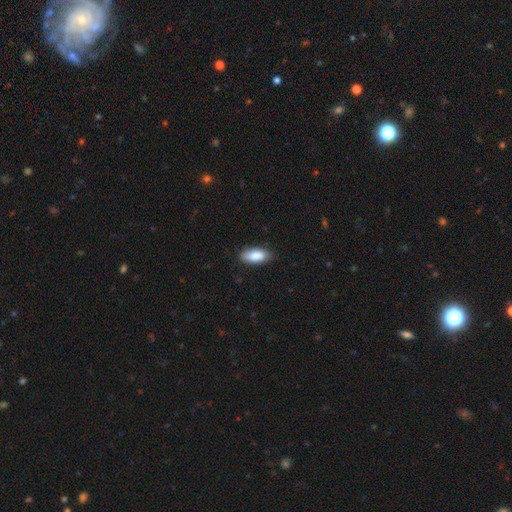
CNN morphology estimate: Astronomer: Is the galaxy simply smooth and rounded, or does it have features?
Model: smooth — 86%.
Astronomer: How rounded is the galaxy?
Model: in between — 85%.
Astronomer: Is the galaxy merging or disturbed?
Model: none — 84%.